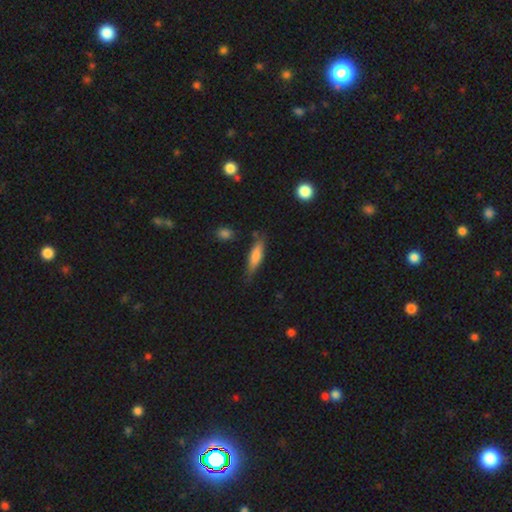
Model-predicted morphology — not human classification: A smooth galaxy with no disk features (70%) that is cigar-shaped (64%). Merging: none (71%).